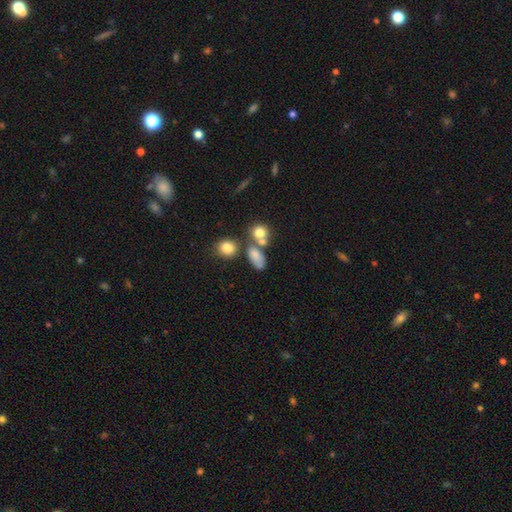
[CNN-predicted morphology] The model was most divided on "merging": none: 46%, merger: 30%, minor disturbance: 15%, major disturbance: 8%. More confident: smooth or featured — smooth (74%); how rounded — in between (73%).